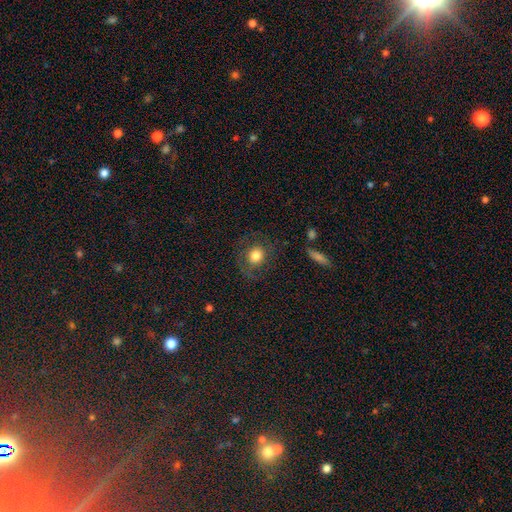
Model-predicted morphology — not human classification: smooth_or_featured: smooth (p=0.61) [alt: featured or disk p=0.29]
how_rounded: round (p=0.84) [alt: in between p=0.15]
merging: none (p=0.72) [alt: minor disturbance p=0.15]